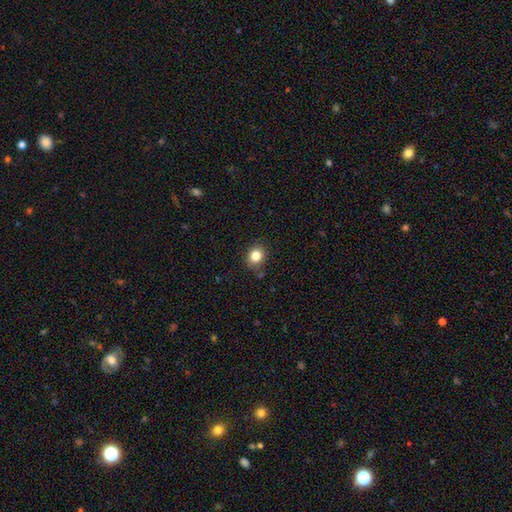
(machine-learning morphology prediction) Smooth or featured: smooth — 83% (star or artifact — 12%)
How rounded: round — 74% (in between — 25%)
Merging: none — 85% (minor disturbance — 11%)